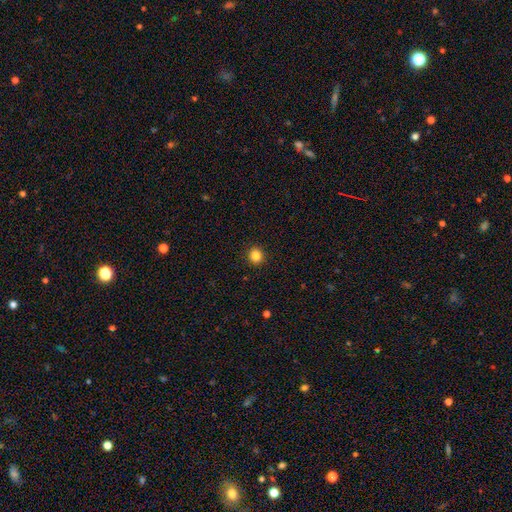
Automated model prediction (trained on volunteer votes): smooth-or-featured: smooth: 85% | star or artifact: 11% | featured or disk: 4%
  how-rounded: round: 91% | in between: 8% | cigar-shaped: 1%
  merging: none: 93% | minor disturbance: 5% | major disturbance: 2% | merger: 1%